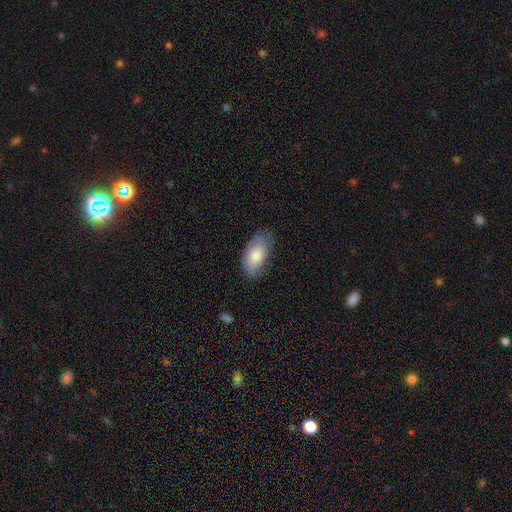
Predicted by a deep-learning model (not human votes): This is likely a smooth galaxy (80%). How rounded: clearly in between (94%). Merging: likely none (67%).